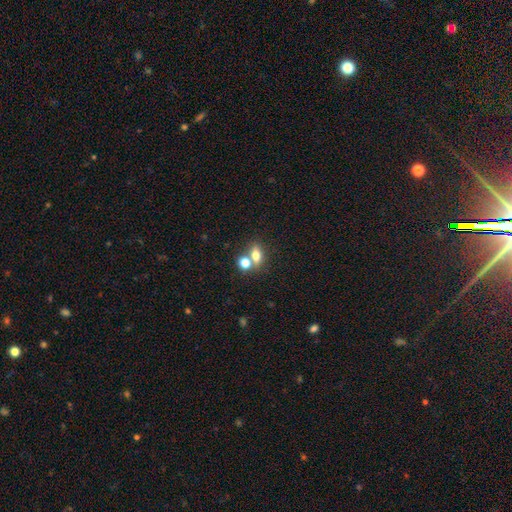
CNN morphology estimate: Smooth or featured?
  - smooth: 71% *
  - featured or disk: 16%
  - star or artifact: 13%
How rounded?
  - in between: 67% *
  - round: 27%
  - cigar-shaped: 6%
Merging?
  - none: 47% *
  - merger: 40%
  - minor disturbance: 9%
  - major disturbance: 4%